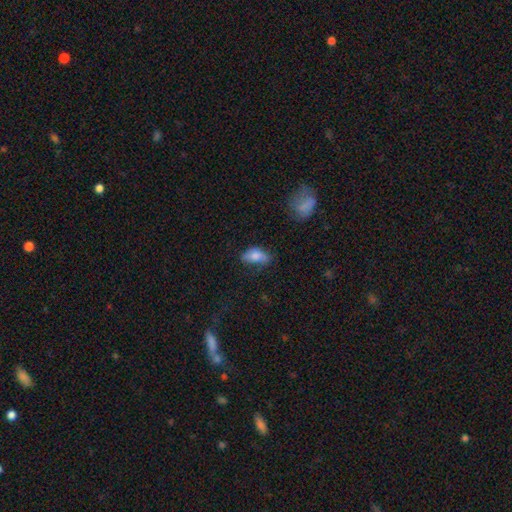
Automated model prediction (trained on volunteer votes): Morphology: type=smooth (76%); roundness=in between (89%); merging=none (50%).